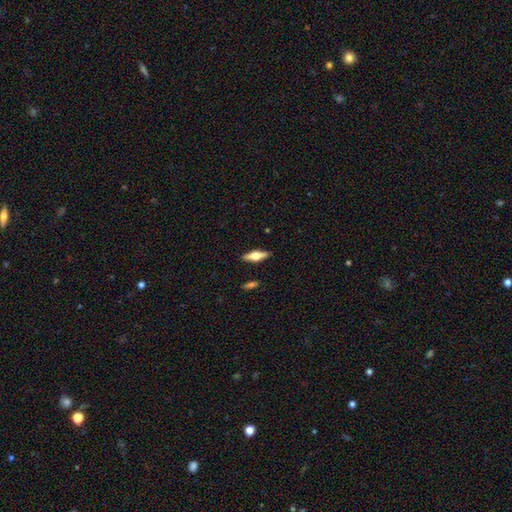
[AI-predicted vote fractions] Morphology: type=featured or disk (59%); edge-on=yes (94%); edge-on bulge=rounded (94%); merging=none (89%).